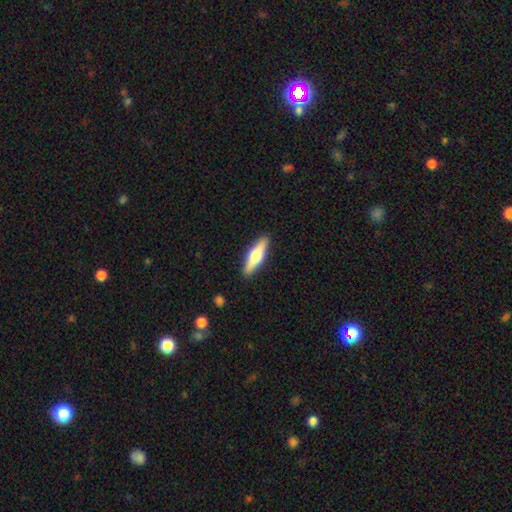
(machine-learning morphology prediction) Q: Smooth or featured?
A: featured or disk (52%); runner-up: smooth (43%)
Q: Edge-on disk?
A: yes (95%); runner-up: no (5%)
Q: Merging?
A: none (90%); runner-up: minor disturbance (7%)